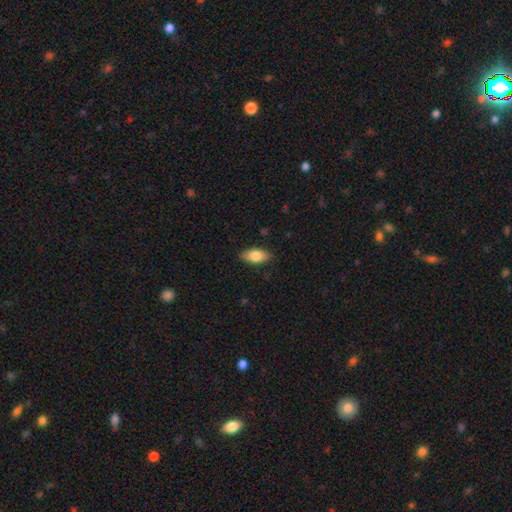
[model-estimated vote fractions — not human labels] Smooth or featured? smooth (80%)
How rounded? in between (89%)
Merging? none (84%)